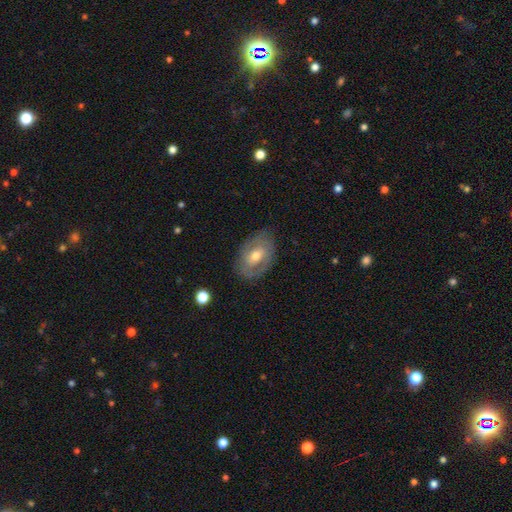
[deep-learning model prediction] This is possibly a featured or disk galaxy (58%). It is clearly not viewed edge-on (93%). Bar: marginally no (45%). Spiral arm pattern: possibly yes (54%). Central bulge: likely moderate (64%). Merging: likely none (75%).